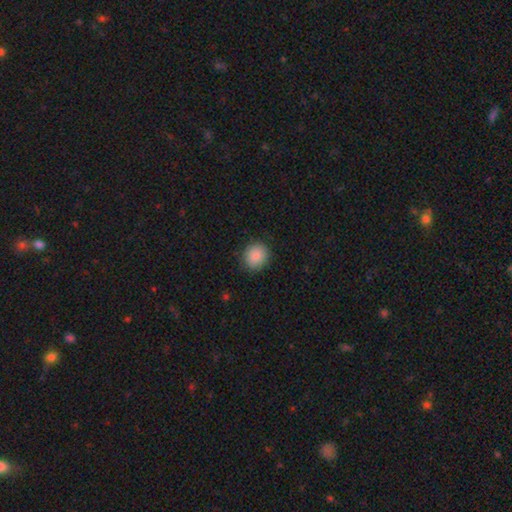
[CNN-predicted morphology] A smooth galaxy with no disk features (88%) that is round (75%). Merging: none (87%).